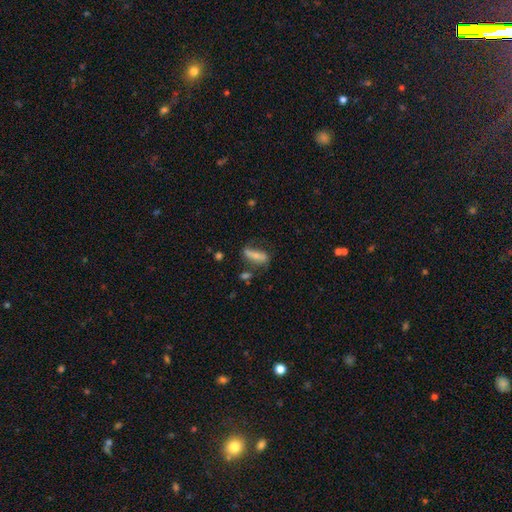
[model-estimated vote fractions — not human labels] smooth_or_featured: smooth (p=0.54) [alt: featured or disk p=0.38]
how_rounded: in between (p=0.53) [alt: cigar-shaped p=0.43]
merging: none (p=0.51) [alt: minor disturbance p=0.26]